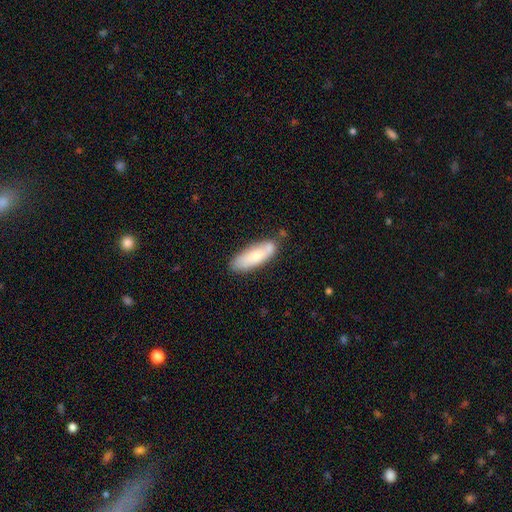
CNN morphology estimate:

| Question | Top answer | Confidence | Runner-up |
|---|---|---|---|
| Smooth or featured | smooth | 67% | featured or disk (27%) |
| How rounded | in between | 59% | cigar-shaped (39%) |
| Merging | none | 70% | minor disturbance (19%) |